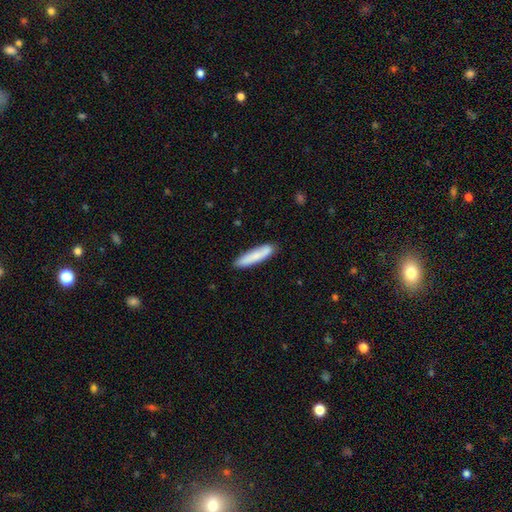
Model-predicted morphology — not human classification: smooth 79%, featured or disk 15%, star or artifact 6%. Down the decision tree: how rounded — cigar-shaped (84%); merging — none (84%).